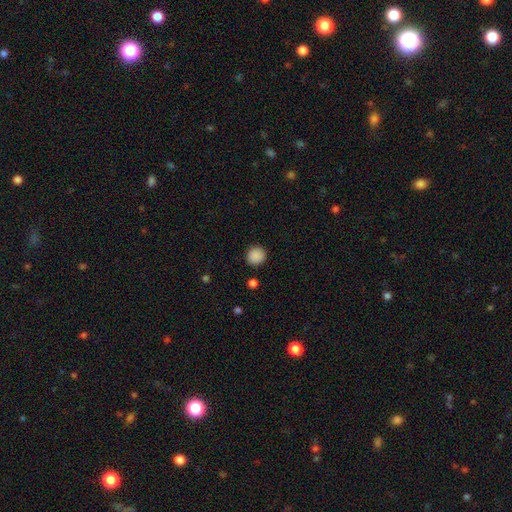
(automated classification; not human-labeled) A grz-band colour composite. It shows a smooth galaxy with no disk features (88%) that is round (89%). Merging: none (89%).